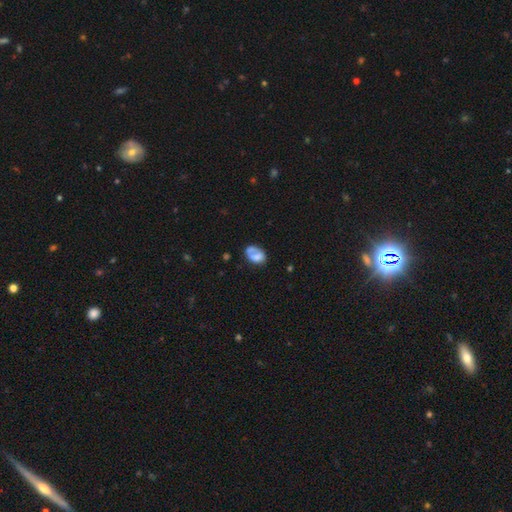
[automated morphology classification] This is likely a smooth galaxy (63%). How rounded: clearly in between (81%). Merging: marginally none (41%).